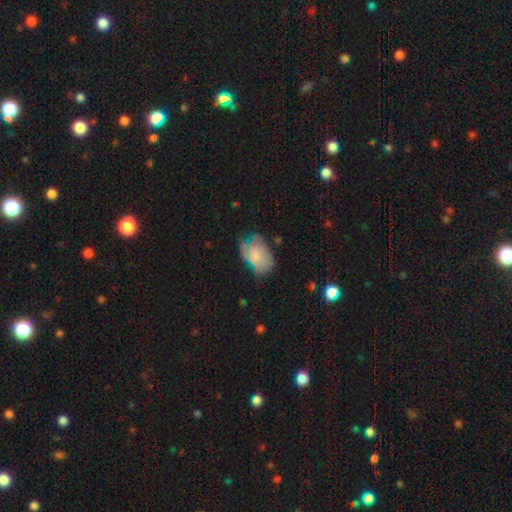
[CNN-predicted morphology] smooth_or_featured: smooth (p=0.63) [alt: featured or disk p=0.27]
how_rounded: in between (p=0.86) [alt: round p=0.13]
merging: none (p=0.48) [alt: minor disturbance p=0.33]